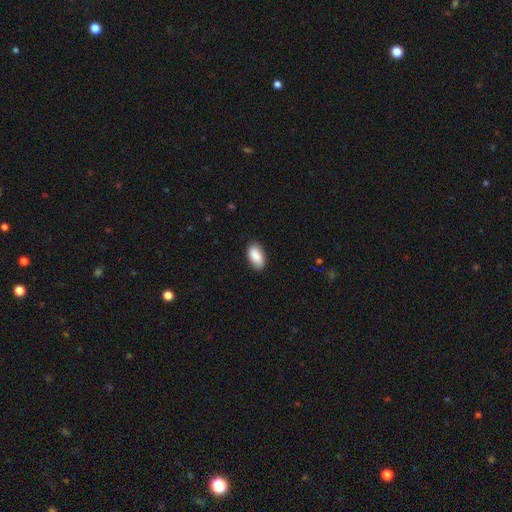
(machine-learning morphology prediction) The model was most divided on "merging": none: 84%, minor disturbance: 13%, major disturbance: 2%, merger: 1%. More confident: how rounded — in between (94%); smooth or featured — smooth (89%).